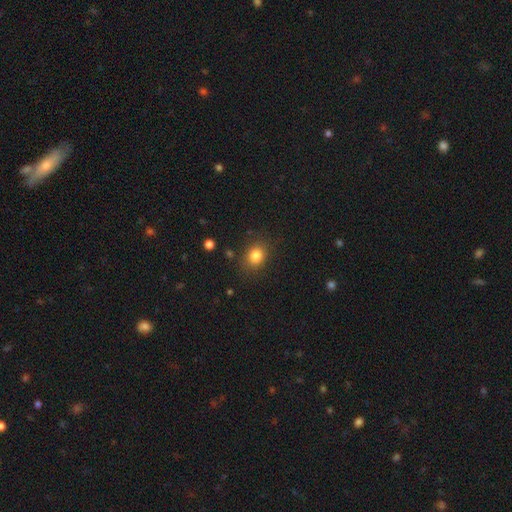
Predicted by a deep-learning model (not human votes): smooth 83%, star or artifact 11%, featured or disk 6%. Down the decision tree: how rounded — round (57%); merging — none (83%).